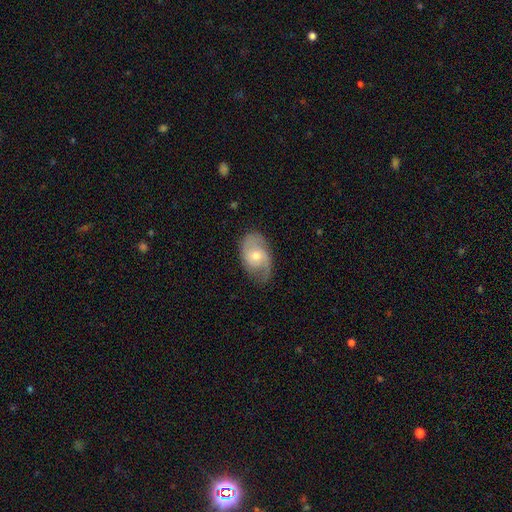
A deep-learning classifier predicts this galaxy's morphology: smooth-or-featured: featured or disk: 66% | smooth: 28% | star or artifact: 6%
  disk-edge-on: no: 94% | yes: 6%
    bar: no: 71% | weak: 25% | strong: 4%
    has-spiral-arms: yes: 87% | no: 13%
      spiral-winding: medium: 45% | tight: 31% | loose: 23%
      spiral-arm-count: 2: 67% | can't tell: 15% | 1: 10% | 3: 4% | 4: 1% | more than 4: 1%
    bulge-size: moderate: 59% | small: 35% | large: 3% | none: 1% | dominant: 1%
  merging: none: 70% | minor disturbance: 21% | major disturbance: 7% | merger: 1%